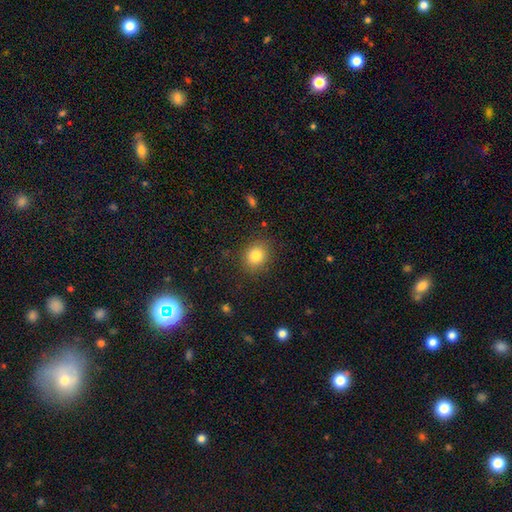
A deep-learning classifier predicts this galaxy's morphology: Overall: smooth (82%). How rounded: round (64%; in between 35%). Merging: none (86%).